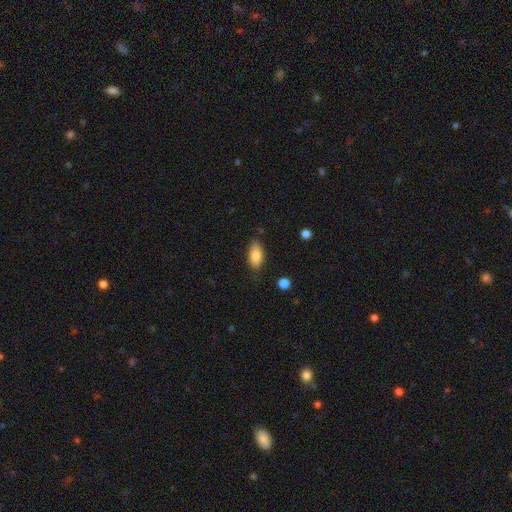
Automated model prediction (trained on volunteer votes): A smooth galaxy with no disk features (85%) that is in between round and cigar-shaped (88%).

Vote fractions:
- Smooth or featured? smooth: 85% / featured or disk: 8% / star or artifact: 7%
- How rounded? in between: 88% / cigar-shaped: 9% / round: 3%
- Merging? none: 76% / minor disturbance: 19% / major disturbance: 4% / merger: 2%